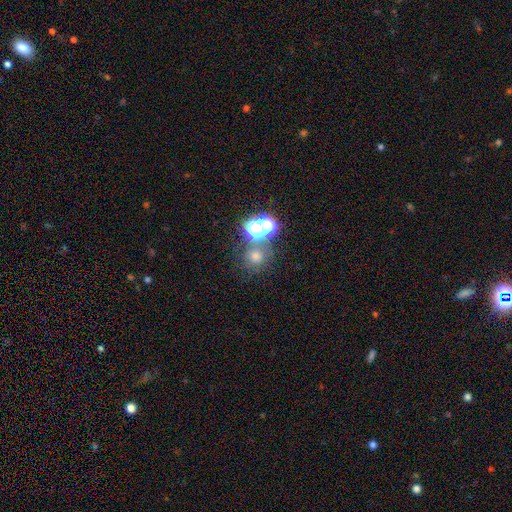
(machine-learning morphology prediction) Smooth or featured: smooth — 54% (star or artifact — 31%)
How rounded: round — 86% (in between — 13%)
Merging: none — 57% (merger — 28%)